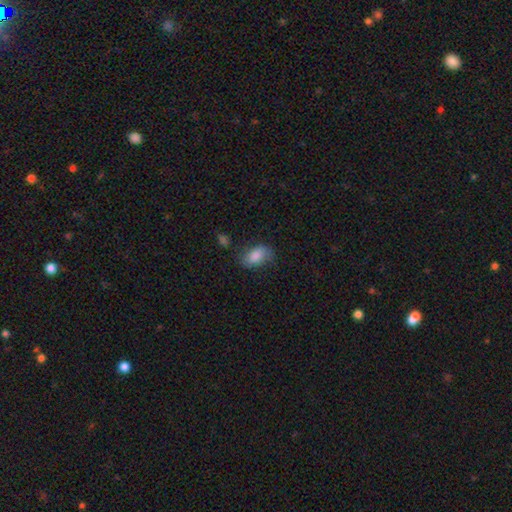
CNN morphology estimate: A smooth galaxy with no disk features (81%) that is in between round and cigar-shaped (91%). Merging: none (68%).